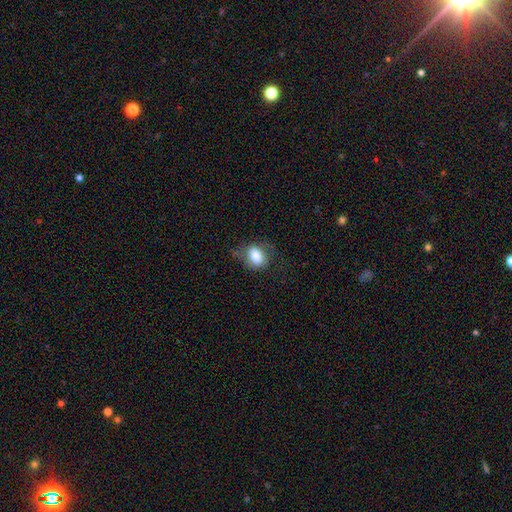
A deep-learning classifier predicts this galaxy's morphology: This is likely a smooth galaxy (75%). How rounded: likely in between (68%). Merging: possibly none (59%).